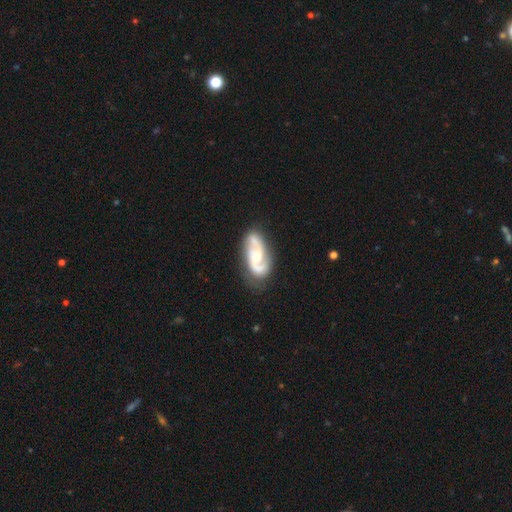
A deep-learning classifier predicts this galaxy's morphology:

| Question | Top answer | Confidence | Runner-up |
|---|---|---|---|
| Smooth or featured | featured or disk | 82% | smooth (13%) |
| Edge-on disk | no | 95% | yes (5%) |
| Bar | no | 47% | weak (40%) |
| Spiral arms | yes | 95% | no (5%) |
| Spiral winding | medium | 50% | loose (29%) |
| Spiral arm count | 2 | 86% | can't tell (6%) |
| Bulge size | moderate | 57% | small (26%) |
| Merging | none | 68% | minor disturbance (19%) |